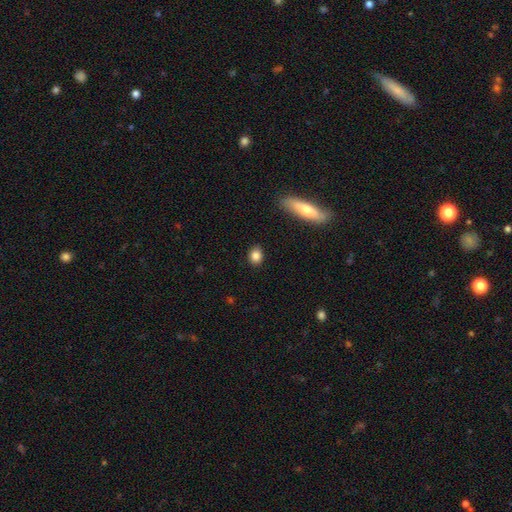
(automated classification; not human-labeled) smooth_or_featured: smooth (p=0.84) [alt: star or artifact p=0.09]
how_rounded: in between (p=0.49) [alt: round p=0.48]
merging: none (p=0.88) [alt: minor disturbance p=0.08]